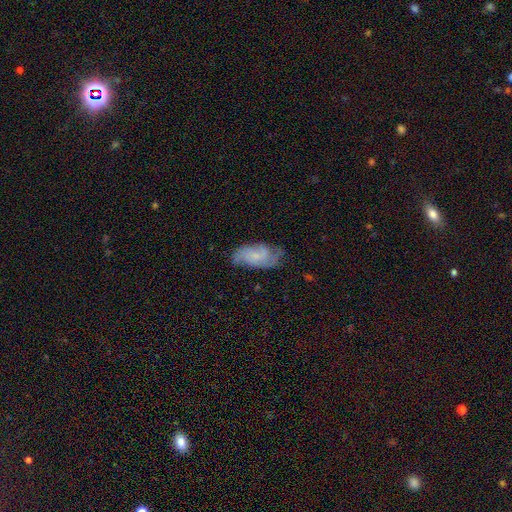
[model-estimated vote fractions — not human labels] A featured or disk galaxy (66%) with no bar (69%), 2 (38%) medium (44%) spiral arms (92%) and a small central bulge (62%).

Vote fractions:
- Smooth or featured? featured or disk: 66% / smooth: 26% / star or artifact: 8%
- Edge-on disk? no: 95% / yes: 5%
- Bar? no: 69% / weak: 27% / strong: 4%
- Spiral arms? yes: 92% / no: 8%
- Spiral winding? medium: 44% / tight: 39% / loose: 18%
- Spiral arm count? 2: 38% / can't tell: 27% / 3: 21% / 4: 6% / 1: 5% / more than 4: 4%
- Bulge size? small: 62% / none: 18% / moderate: 18% / large: 2% / dominant: 1%
- Merging? none: 62% / minor disturbance: 26% / major disturbance: 10% / merger: 2%